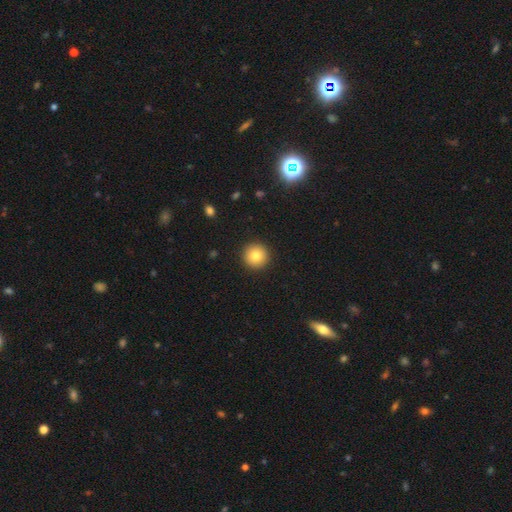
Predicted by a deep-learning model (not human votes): A smooth galaxy with no disk features (81%) that is round (96%).

Vote fractions:
- Smooth or featured? smooth: 81% / star or artifact: 10% / featured or disk: 9%
- How rounded? round: 96% / in between: 3% / cigar-shaped: 1%
- Merging? none: 93% / minor disturbance: 5% / major disturbance: 2% / merger: 1%